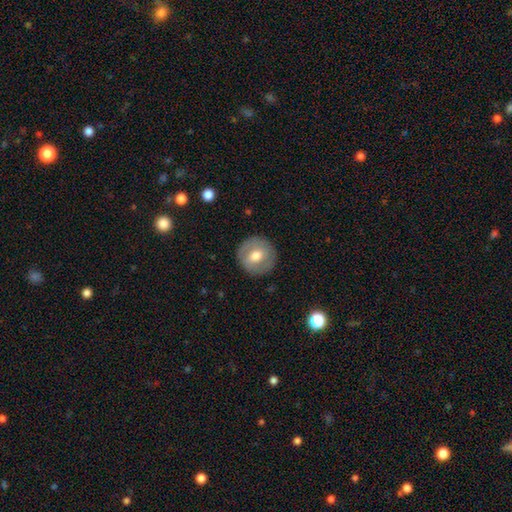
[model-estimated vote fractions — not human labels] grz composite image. It shows a smooth galaxy with no disk features (58%) that is round (93%). Merging: none (88%).